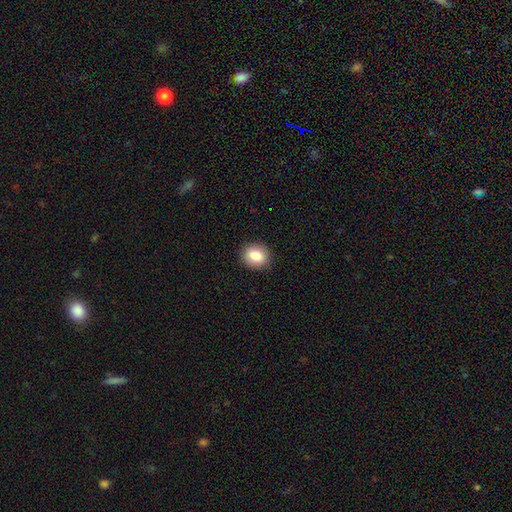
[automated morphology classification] Overall: smooth (84%). How rounded: round (67%; in between 32%). Merging: none (90%).